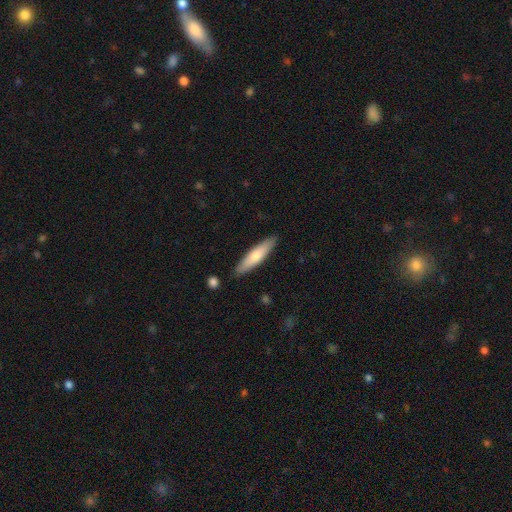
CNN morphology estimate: This appears to be a smooth galaxy with no disk features (67%) that is cigar-shaped (77%). Merging: none (88%).